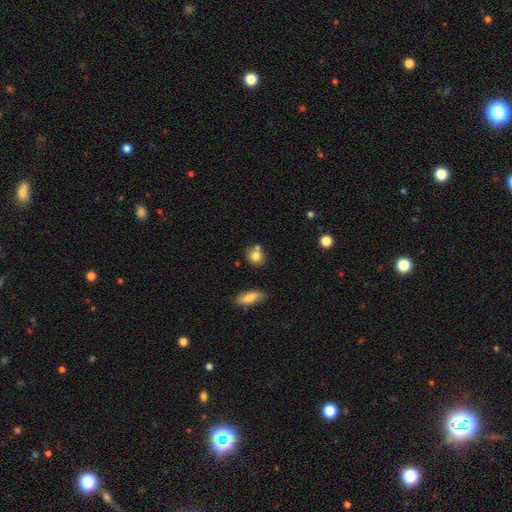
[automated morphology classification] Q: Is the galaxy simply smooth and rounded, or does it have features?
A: smooth — 78%.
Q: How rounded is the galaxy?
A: round — 71%.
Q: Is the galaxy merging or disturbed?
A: none — 63%.